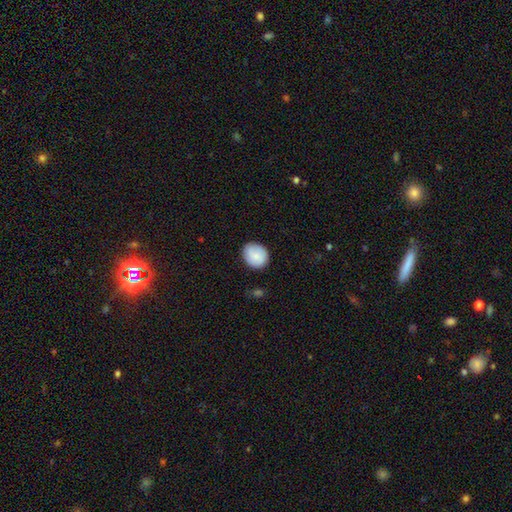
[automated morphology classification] The model was most divided on "how rounded": round: 70%, in between: 29%, cigar-shaped: 1%. More confident: smooth or featured — smooth (83%); merging — none (83%).